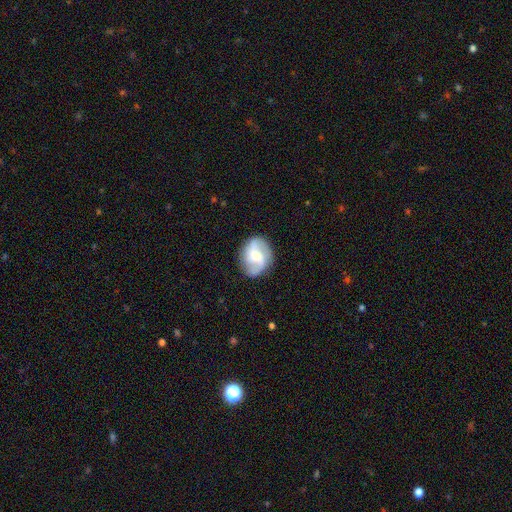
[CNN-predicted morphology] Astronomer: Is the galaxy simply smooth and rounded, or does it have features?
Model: featured or disk — 74%.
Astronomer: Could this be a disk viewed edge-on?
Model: no — 97%.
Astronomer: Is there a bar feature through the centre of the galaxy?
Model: weak — 43% (runner-up: no, 41%).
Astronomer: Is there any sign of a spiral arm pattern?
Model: yes — 94%.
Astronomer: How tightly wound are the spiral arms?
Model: medium — 44% (runner-up: loose, 38%).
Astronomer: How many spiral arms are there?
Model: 2 — 82%.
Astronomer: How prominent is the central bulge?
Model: moderate — 49% (runner-up: small, 40%).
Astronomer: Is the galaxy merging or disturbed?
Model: none — 81%.